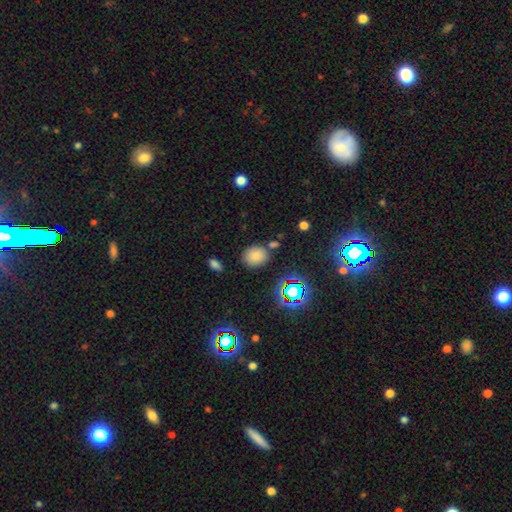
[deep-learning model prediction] Q: Smooth or featured?
A: smooth (76%); runner-up: star or artifact (17%)
Q: How rounded?
A: round (57%); runner-up: in between (42%)
Q: Merging?
A: none (77%); runner-up: minor disturbance (12%)